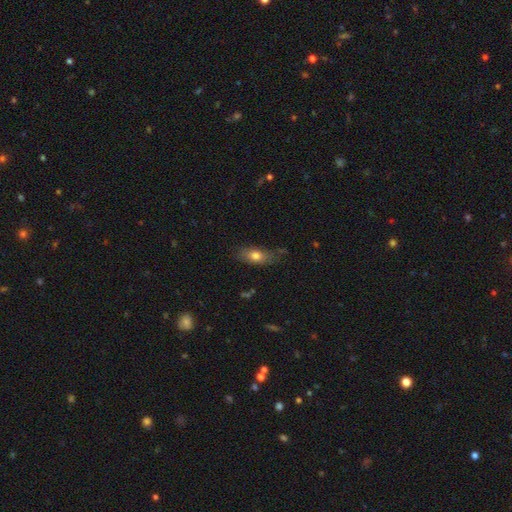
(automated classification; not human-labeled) A smooth galaxy with no disk features (74%) that is in between round and cigar-shaped (79%). Merging: none (69%).